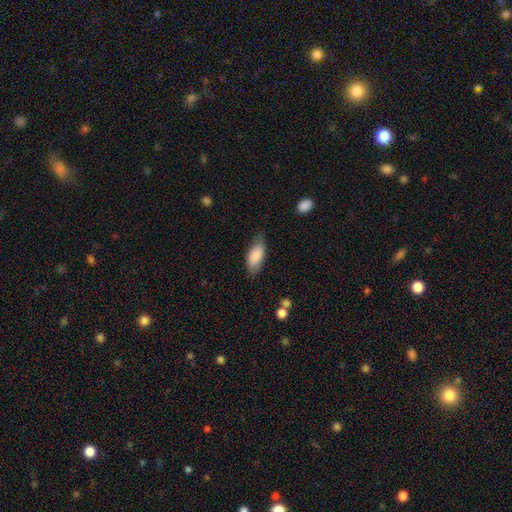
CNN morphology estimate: smooth 83%, featured or disk 11%, star or artifact 6%. Down the decision tree: how rounded — in between (86%); merging — none (68%).